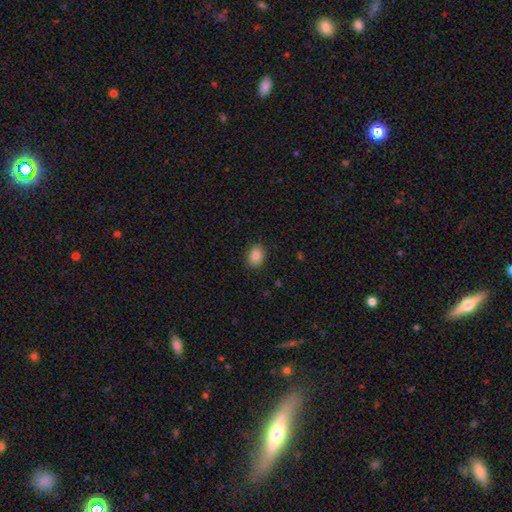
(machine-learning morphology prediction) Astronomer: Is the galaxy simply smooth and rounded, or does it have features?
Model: smooth — 84%.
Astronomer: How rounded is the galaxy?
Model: in between — 52% (runner-up: round, 47%).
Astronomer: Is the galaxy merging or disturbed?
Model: none — 89%.